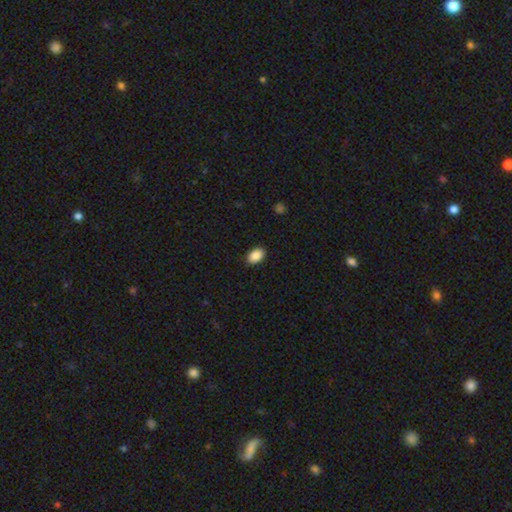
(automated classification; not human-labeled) This appears to be a smooth galaxy with no disk features (89%) that is in between round and cigar-shaped (88%). Merging: none (89%).